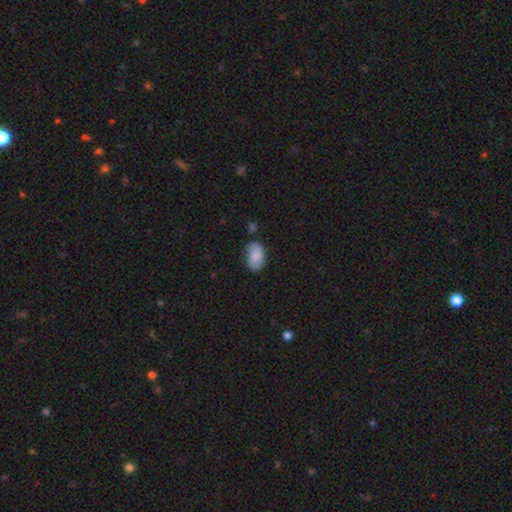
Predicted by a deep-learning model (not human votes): Morphology: type=smooth (81%); roundness=in between (92%); merging=none (68%).